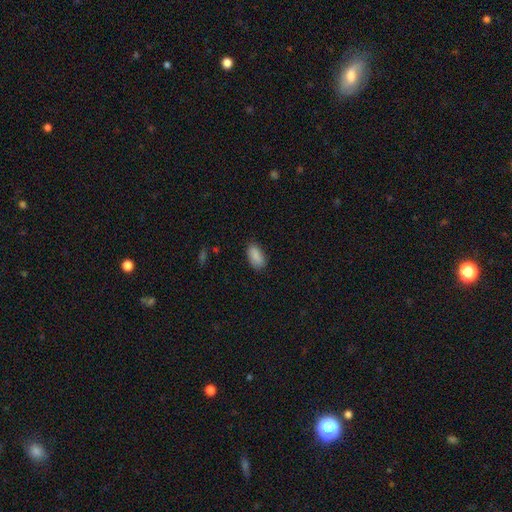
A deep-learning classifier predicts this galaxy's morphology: Smooth or featured?
  - smooth: 89% *
  - star or artifact: 7%
  - featured or disk: 4%
How rounded?
  - in between: 93% *
  - cigar-shaped: 4%
  - round: 3%
Merging?
  - none: 81% *
  - minor disturbance: 15%
  - major disturbance: 3%
  - merger: 1%